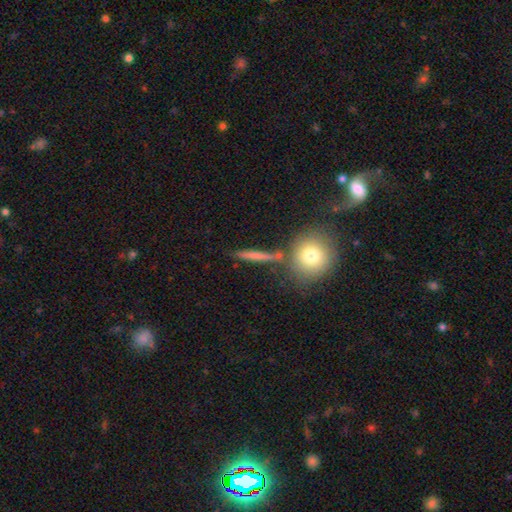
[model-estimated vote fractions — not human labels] Overall: smooth (62%; featured or disk 28%). How rounded: cigar-shaped (78%). Merging: none (77%).